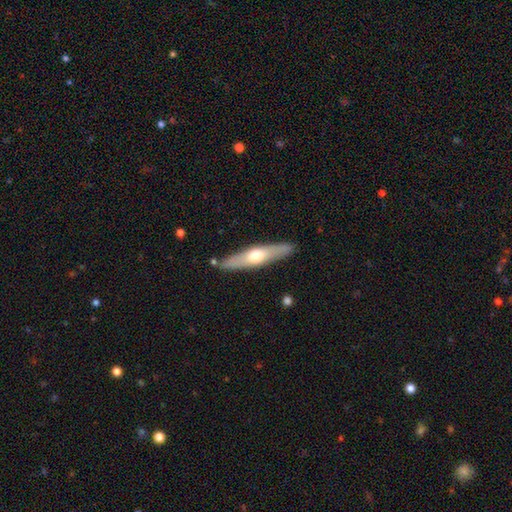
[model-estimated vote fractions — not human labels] This is possibly a featured or disk galaxy (51%). It is clearly viewed edge-on (86%). Merging: clearly none (87%).